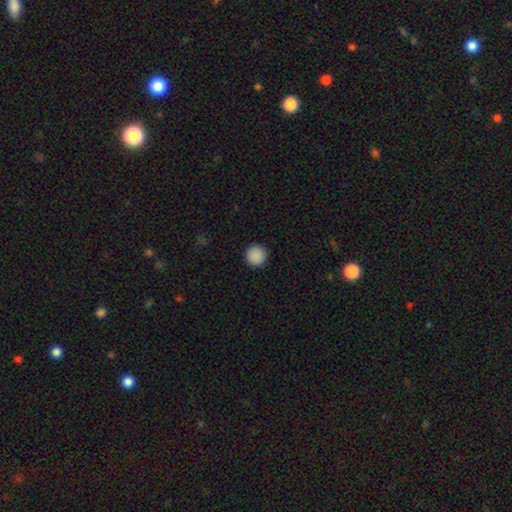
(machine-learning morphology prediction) type=smooth (90%); roundness=round (96%); merging=none (93%).